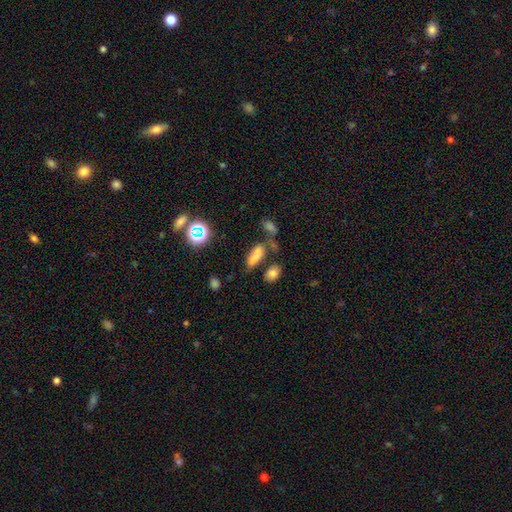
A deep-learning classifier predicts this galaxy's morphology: A smooth galaxy with no disk features (70%) that is in between round and cigar-shaped (72%).

Vote fractions:
- Smooth or featured? smooth: 70% / star or artifact: 19% / featured or disk: 12%
- How rounded? in between: 72% / cigar-shaped: 21% / round: 7%
- Merging? none: 48% / merger: 24% / minor disturbance: 17% / major disturbance: 11%